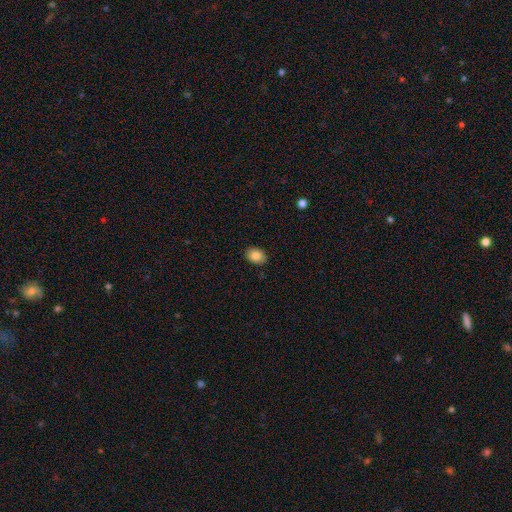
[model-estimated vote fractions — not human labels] Overall: smooth (85%). How rounded: in between (71%). Merging: none (89%).